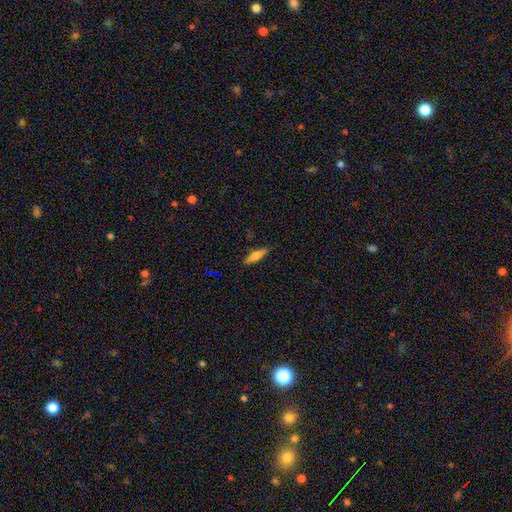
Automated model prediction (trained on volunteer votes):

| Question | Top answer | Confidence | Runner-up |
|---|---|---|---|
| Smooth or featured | smooth | 61% | featured or disk (31%) |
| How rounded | cigar-shaped | 72% | in between (26%) |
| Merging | none | 88% | minor disturbance (9%) |